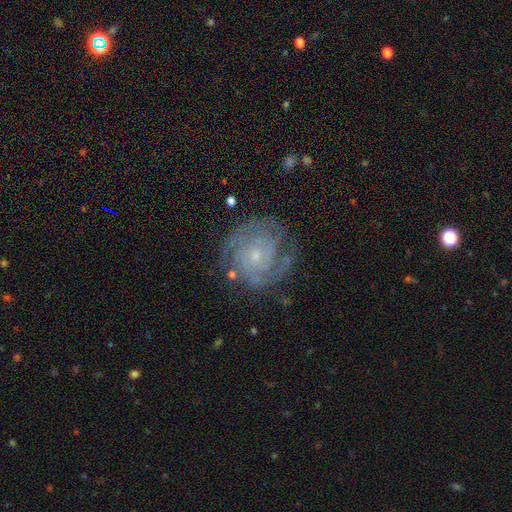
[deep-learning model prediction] Smooth or featured: featured or disk — 84% (smooth — 9%)
Edge-on disk: no — 98% (yes — 2%)
Bar: no — 74% (weak — 21%)
Spiral arms: yes — 95% (no — 5%)
Spiral winding: tight — 72% (medium — 23%)
Spiral arm count: 2 — 33% (can't tell — 27%)
Bulge size: small — 77% (moderate — 18%)
Merging: none — 73% (minor disturbance — 17%)